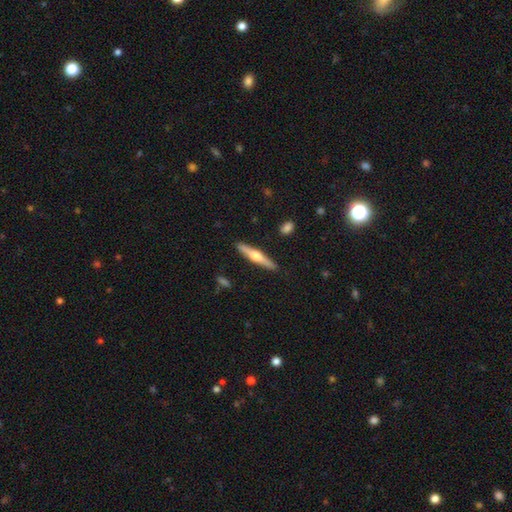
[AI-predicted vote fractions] Overall: featured or disk (60%; smooth 35%). Edge-on disk: yes (97%). Edge-on bulge: rounded (93%). Merging: none (90%).